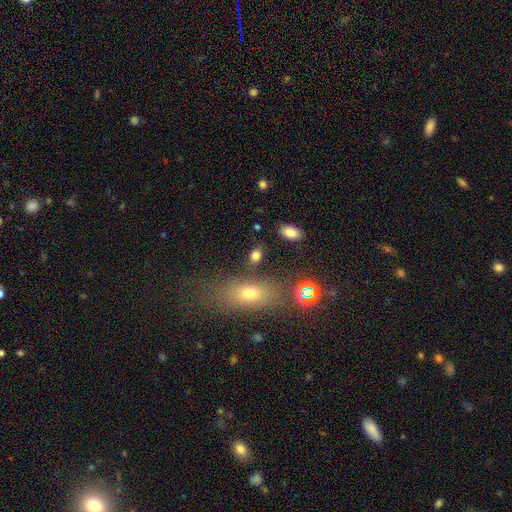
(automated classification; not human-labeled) This appears to be a smooth galaxy with no disk features (77%) that is in between round and cigar-shaped (77%). Merging: none (78%).